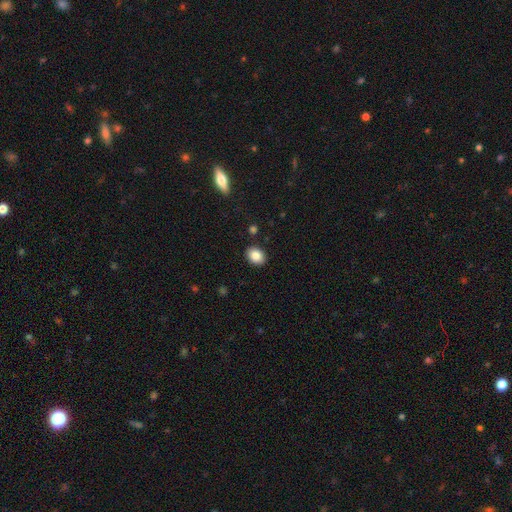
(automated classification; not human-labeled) smooth-or-featured: smooth: 86% | star or artifact: 8% | featured or disk: 6%
  how-rounded: in between: 62% | round: 37% | cigar-shaped: 1%
  merging: none: 89% | minor disturbance: 7% | major disturbance: 2% | merger: 2%